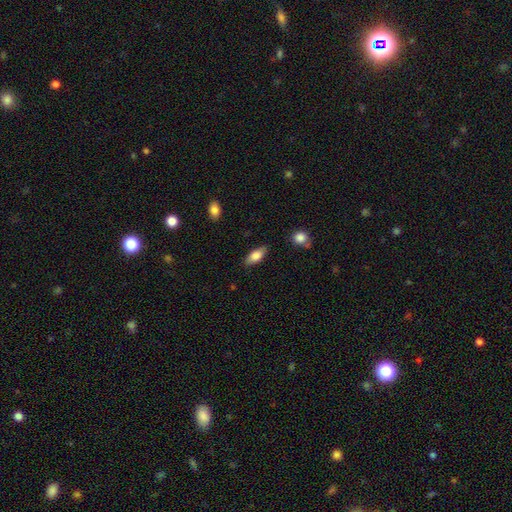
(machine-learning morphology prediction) smooth 79%, featured or disk 15%, star or artifact 7%. Down the decision tree: how rounded — in between (83%); merging — none (83%).